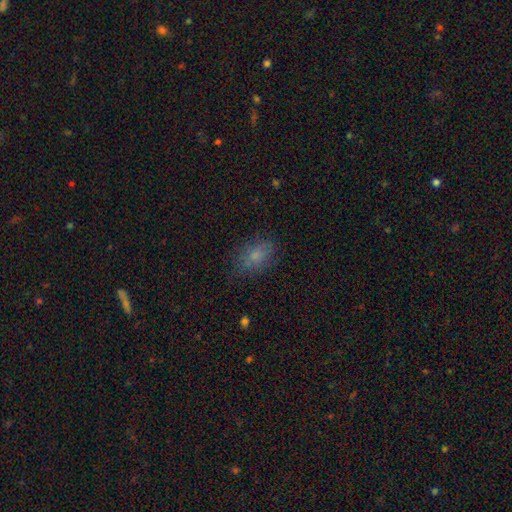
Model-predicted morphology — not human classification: A smooth galaxy with no disk features (75%) that is in between round and cigar-shaped (79%). Merging: none (73%).